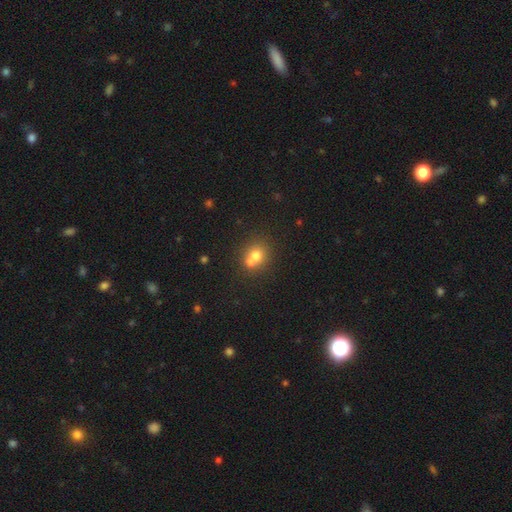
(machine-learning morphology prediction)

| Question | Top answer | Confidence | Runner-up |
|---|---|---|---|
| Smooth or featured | smooth | 69% | featured or disk (17%) |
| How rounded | round | 80% | in between (19%) |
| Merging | merger | 51% | none (40%) |